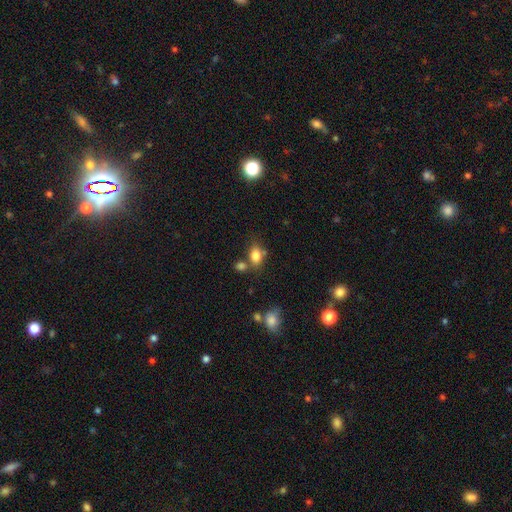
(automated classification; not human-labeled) Overall: smooth (82%). How rounded: in between (72%). Merging: none (59%; merger 19%).